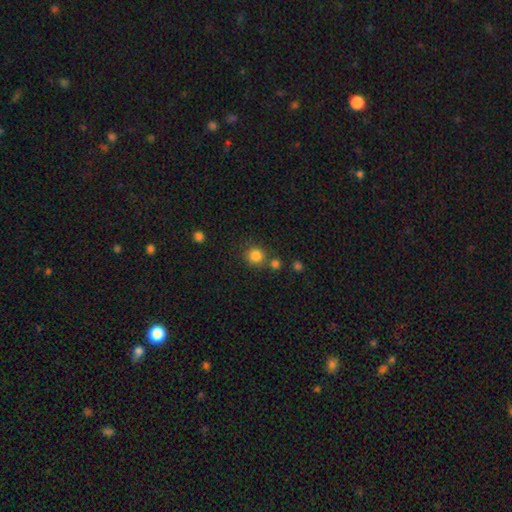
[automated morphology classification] This appears to be a smooth galaxy with no disk features (84%) that is round (91%). Merging: none (73%).